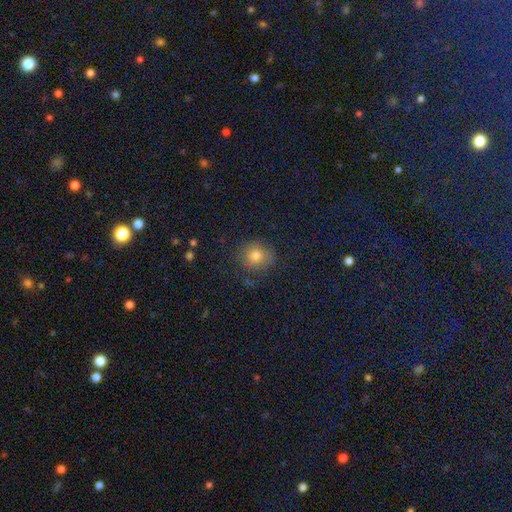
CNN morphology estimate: smooth_or_featured: smooth (p=0.76) [alt: star or artifact p=0.15]
how_rounded: round (p=0.80) [alt: in between p=0.19]
merging: none (p=0.79) [alt: minor disturbance p=0.14]